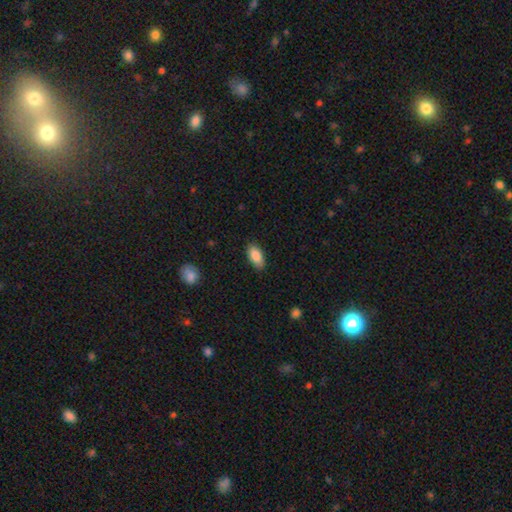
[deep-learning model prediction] Q: Smooth or featured?
A: smooth (88%); runner-up: star or artifact (6%)
Q: How rounded?
A: in between (91%); runner-up: cigar-shaped (7%)
Q: Merging?
A: none (86%); runner-up: minor disturbance (11%)